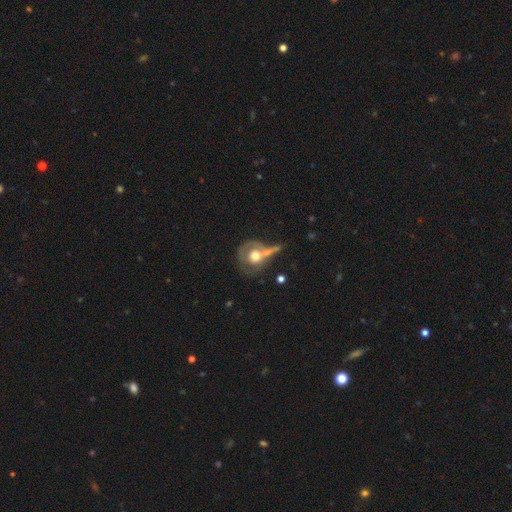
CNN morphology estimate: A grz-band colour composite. It shows a smooth galaxy with no disk features (48%). Merging: none (35%).